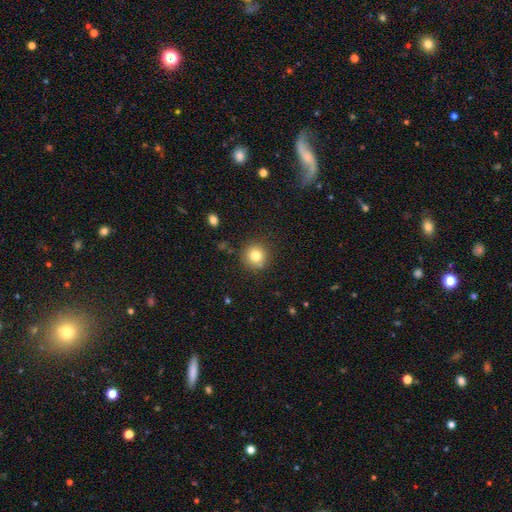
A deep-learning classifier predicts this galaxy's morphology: Smooth or featured? smooth (80%)
How rounded? round (93%)
Merging? none (86%)